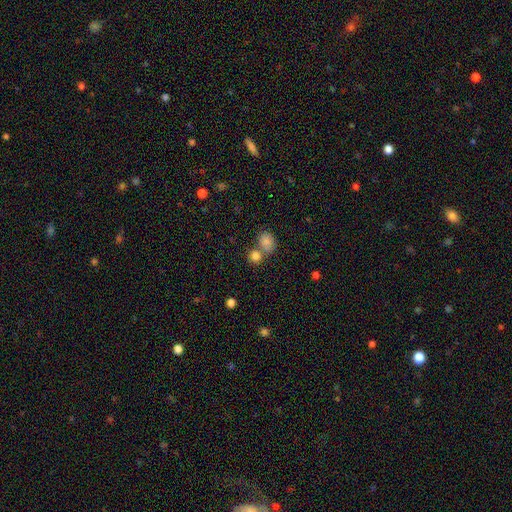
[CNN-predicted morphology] A smooth galaxy with no disk features (82%) that is round (76%).

Vote fractions:
- Smooth or featured? smooth: 82% / star or artifact: 11% / featured or disk: 7%
- How rounded? round: 76% / in between: 23% / cigar-shaped: 1%
- Merging? none: 49% / merger: 40% / minor disturbance: 8% / major disturbance: 3%